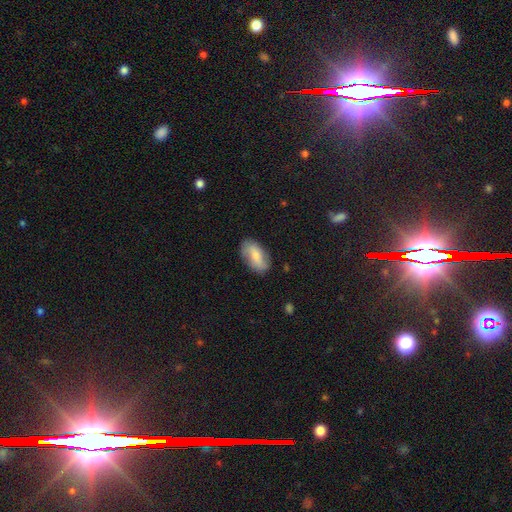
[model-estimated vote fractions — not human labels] smooth-or-featured: smooth: 66% | featured or disk: 27% | star or artifact: 7%
  how-rounded: in between: 92% | round: 4% | cigar-shaped: 4%
  merging: none: 81% | minor disturbance: 14% | major disturbance: 3% | merger: 1%